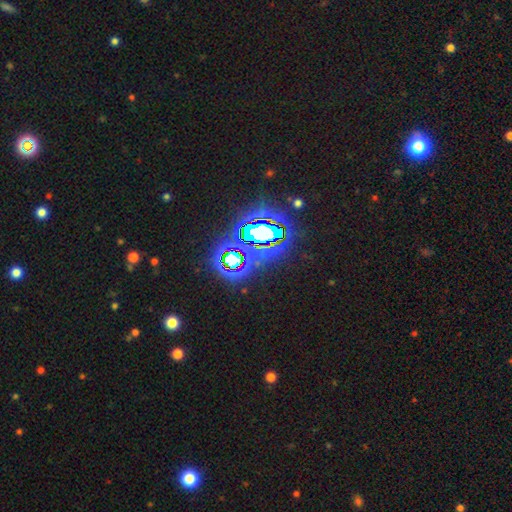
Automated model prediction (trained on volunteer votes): This appears to be a star or artifact, not a galaxy (82%).